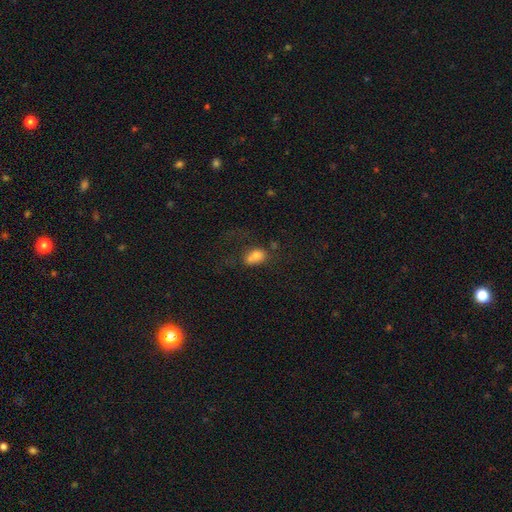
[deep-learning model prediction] This is likely a smooth galaxy (72%). How rounded: likely in between (67%). Merging: marginally merger (35%).